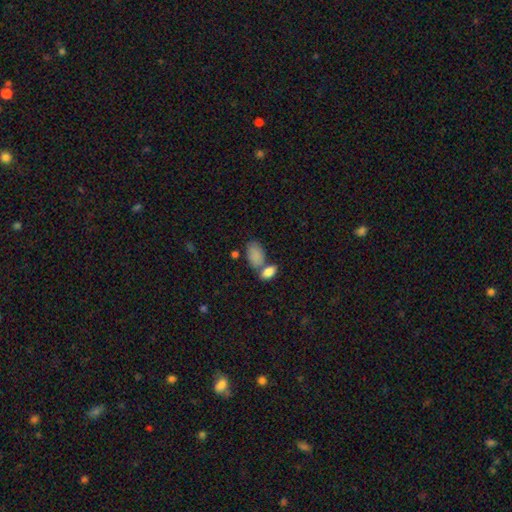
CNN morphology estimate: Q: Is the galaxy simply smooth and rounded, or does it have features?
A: smooth — 86%.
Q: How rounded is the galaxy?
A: in between — 92%.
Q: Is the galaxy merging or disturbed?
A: none — 48%.